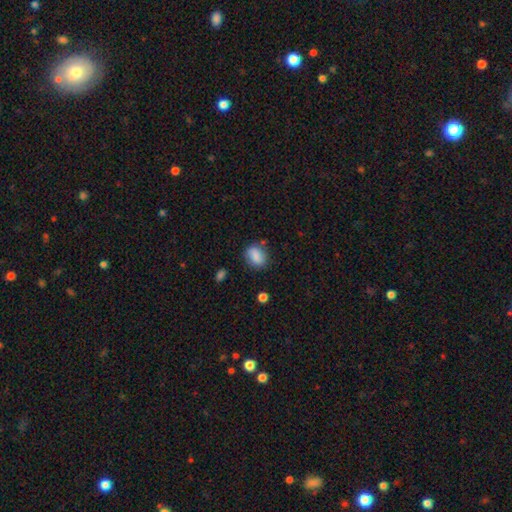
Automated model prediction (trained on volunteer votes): A smooth galaxy with no disk features (83%) that is in between round and cigar-shaped (66%).

Vote fractions:
- Smooth or featured? smooth: 83% / featured or disk: 9% / star or artifact: 8%
- How rounded? in between: 66% / round: 31% / cigar-shaped: 3%
- Merging? none: 73% / minor disturbance: 18% / major disturbance: 5% / merger: 5%